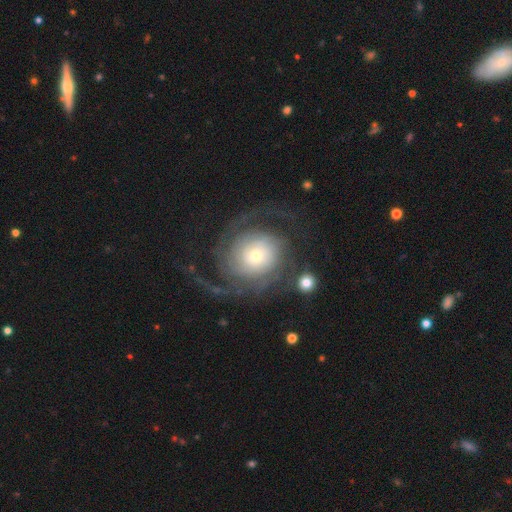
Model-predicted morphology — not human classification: Smooth or featured?
  - featured or disk: 84% *
  - smooth: 10%
  - star or artifact: 6%
Edge-on disk?
  - no: 97% *
  - yes: 3%
Bar?
  - no: 78% *
  - weak: 17%
  - strong: 5%
Spiral arms?
  - yes: 95% *
  - no: 5%
Spiral winding?
  - tight: 49% *
  - medium: 33%
  - loose: 18%
Spiral arm count?
  - 2: 41% *
  - can't tell: 20%
  - 3: 16%
  - 4: 9%
  - 1: 8%
  - more than 4: 7%
Bulge size?
  - small: 47% *
  - moderate: 39%
  - large: 10%
  - dominant: 3%
  - none: 1%
Merging?
  - none: 63% *
  - major disturbance: 21%
  - minor disturbance: 12%
  - merger: 4%